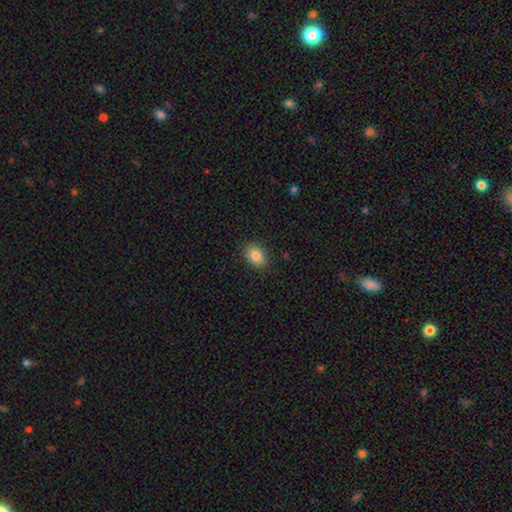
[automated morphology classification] smooth_or_featured: smooth (p=0.85) [alt: star or artifact p=0.09]
how_rounded: in between (p=0.72) [alt: round p=0.27]
merging: none (p=0.88) [alt: minor disturbance p=0.09]